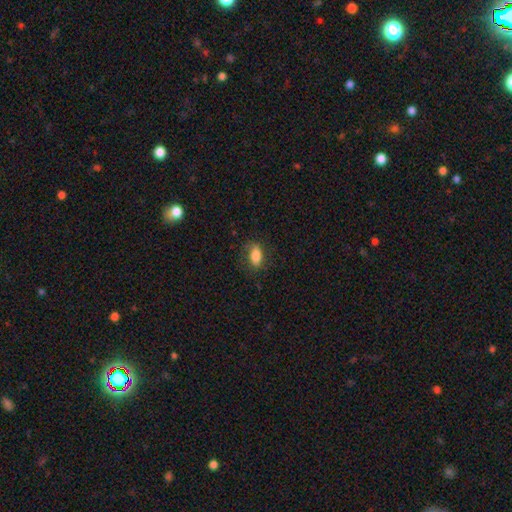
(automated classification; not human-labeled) Smooth or featured: smooth — 79% (featured or disk — 13%)
How rounded: in between — 85% (round — 7%)
Merging: none — 76% (minor disturbance — 17%)